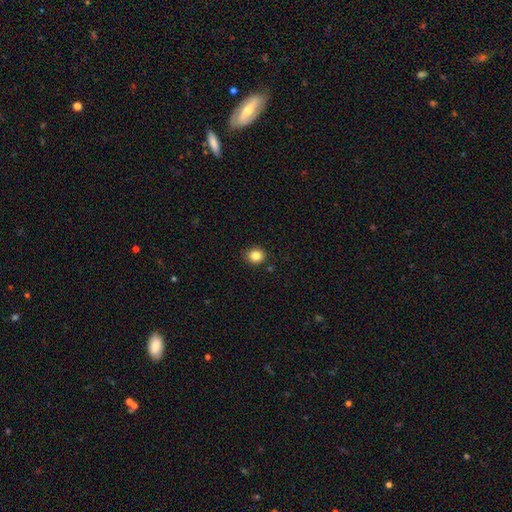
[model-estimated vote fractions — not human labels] smooth_or_featured: smooth (p=0.84) [alt: star or artifact p=0.11]
how_rounded: round (p=0.79) [alt: in between p=0.21]
merging: none (p=0.88) [alt: minor disturbance p=0.09]